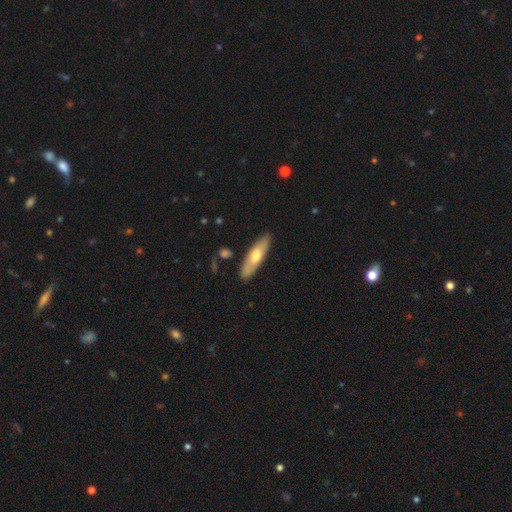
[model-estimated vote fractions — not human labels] smooth 55%, featured or disk 40%, star or artifact 5%. Down the decision tree: how rounded — cigar-shaped (56%); merging — none (84%).